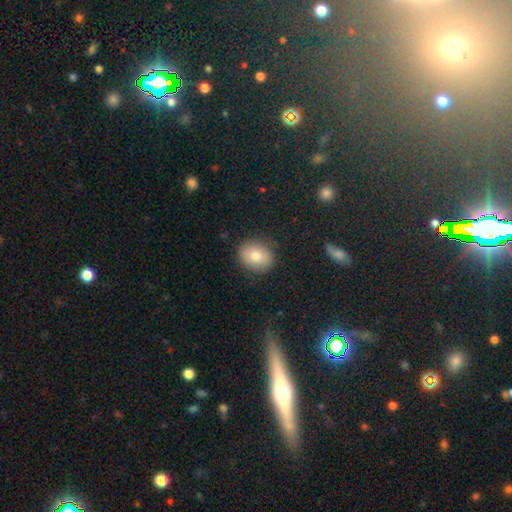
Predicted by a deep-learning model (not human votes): Smooth or featured?
  - smooth: 78% *
  - featured or disk: 13%
  - star or artifact: 9%
How rounded?
  - round: 61% *
  - in between: 38%
  - cigar-shaped: 1%
Merging?
  - none: 87% *
  - minor disturbance: 10%
  - major disturbance: 3%
  - merger: 1%